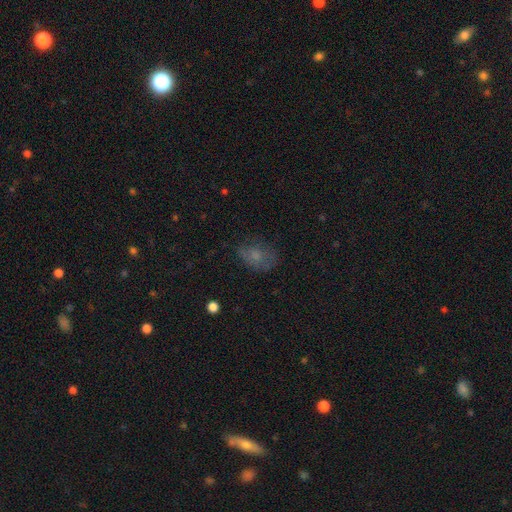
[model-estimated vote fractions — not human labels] A smooth galaxy with no disk features (64%) that is in between round and cigar-shaped (69%).

Vote fractions:
- Smooth or featured? smooth: 64% / featured or disk: 22% / star or artifact: 14%
- How rounded? in between: 69% / round: 30% / cigar-shaped: 1%
- Merging? none: 55% / minor disturbance: 27% / major disturbance: 16% / merger: 2%